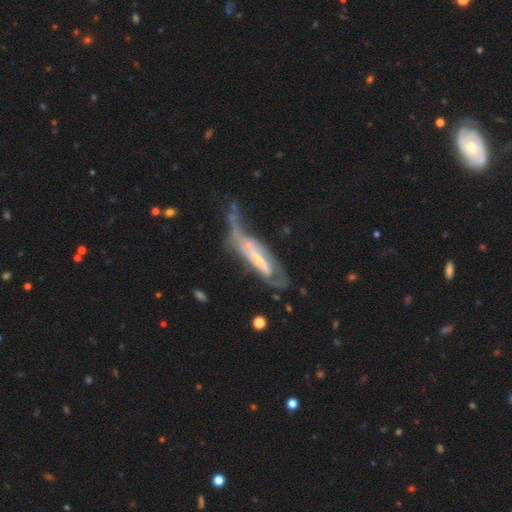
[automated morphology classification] Q: Smooth or featured?
A: featured or disk (73%); runner-up: smooth (20%)
Q: Edge-on disk?
A: no (70%); runner-up: yes (30%)
Q: Bar?
A: no (35%); runner-up: weak (34%)
Q: Spiral arms?
A: yes (75%); runner-up: no (25%)
Q: Bulge size?
A: small (56%); runner-up: moderate (29%)
Q: Merging?
A: major disturbance (44%); runner-up: minor disturbance (24%)